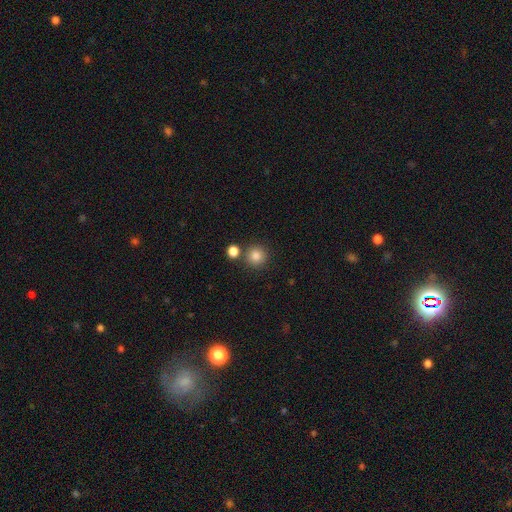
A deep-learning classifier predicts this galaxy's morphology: This is clearly a smooth galaxy (84%). How rounded: clearly round (94%). Merging: likely none (79%).